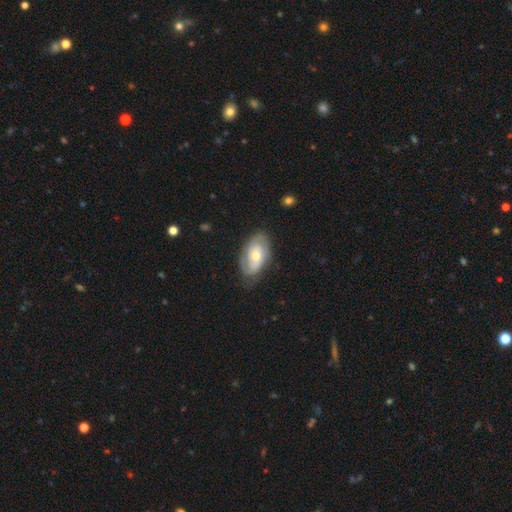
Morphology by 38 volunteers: This appears to be a featured or disk galaxy (74%) with no bar (68%), 2 (78%) tight (52%) spiral arms (82%) and a moderate central bulge (54%). Merging: none (55%).